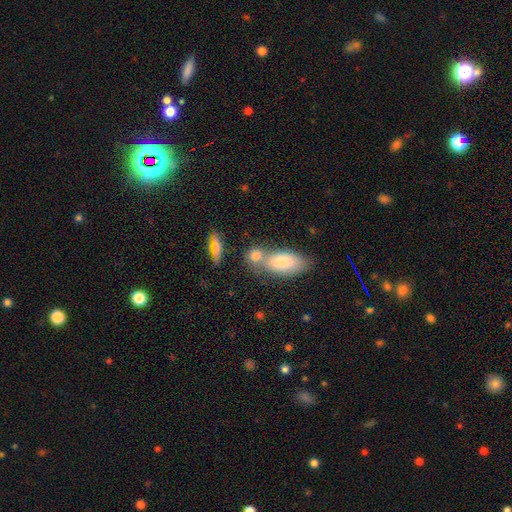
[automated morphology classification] The model was most divided on "merging": none: 44%, merger: 42%, minor disturbance: 10%, major disturbance: 4%. More confident: smooth or featured — smooth (80%); how rounded — in between (59%).